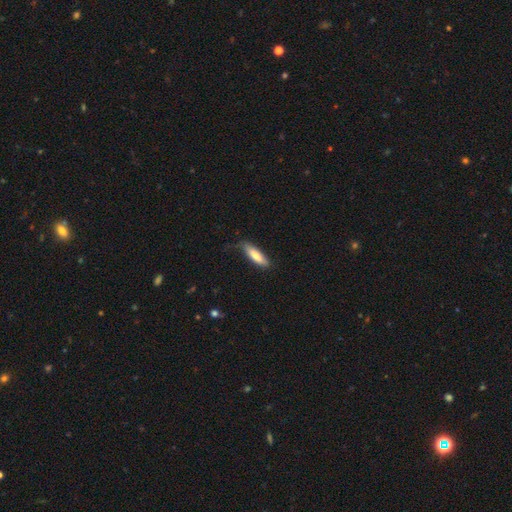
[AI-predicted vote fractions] Smooth or featured? smooth (75%)
How rounded? cigar-shaped (58%)
Merging? none (67%)